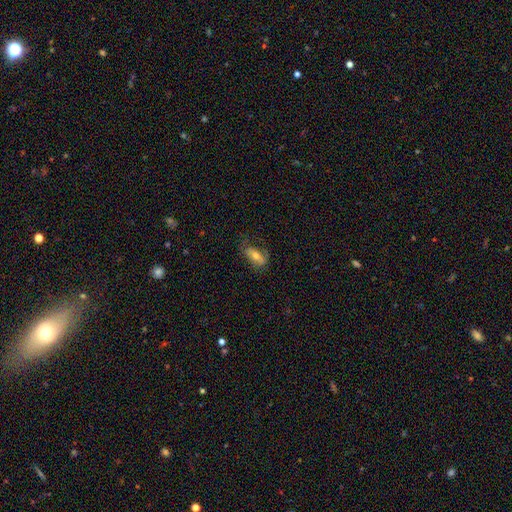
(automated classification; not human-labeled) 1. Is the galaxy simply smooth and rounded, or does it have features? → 50% smooth, 41% featured or disk, 9% star or artifact.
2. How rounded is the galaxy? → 74% in between, 20% cigar-shaped, 5% round.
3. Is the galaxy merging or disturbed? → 62% none, 24% minor disturbance, 12% major disturbance, 2% merger.